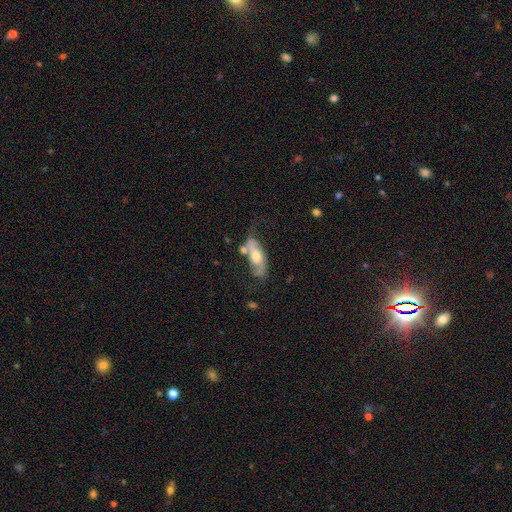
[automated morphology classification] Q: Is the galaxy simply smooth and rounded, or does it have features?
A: featured or disk — 57%.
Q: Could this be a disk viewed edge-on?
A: no — 82%.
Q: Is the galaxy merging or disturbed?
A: none — 47%.